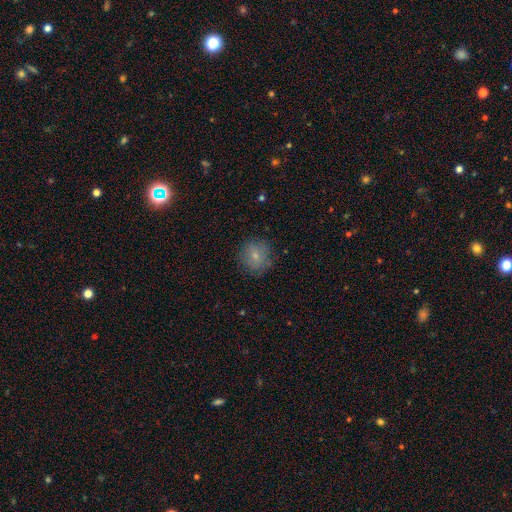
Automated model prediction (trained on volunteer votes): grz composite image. It shows a smooth galaxy with no disk features (77%) that is round (87%). Merging: none (81%).